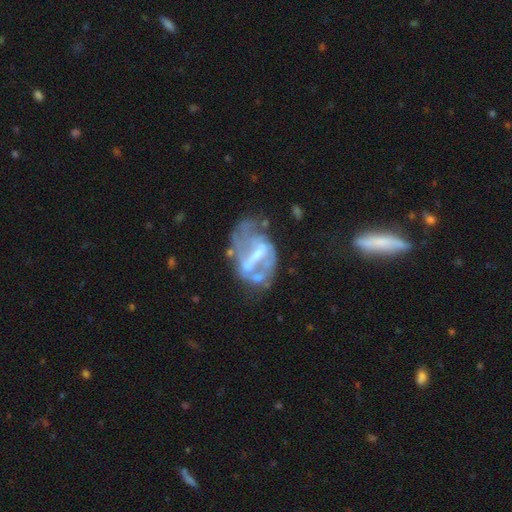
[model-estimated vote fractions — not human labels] A featured or disk galaxy (78%) with a strong bar (53%), spiral arms (57%) and a small central bulge (33%). Merging: none (40%).